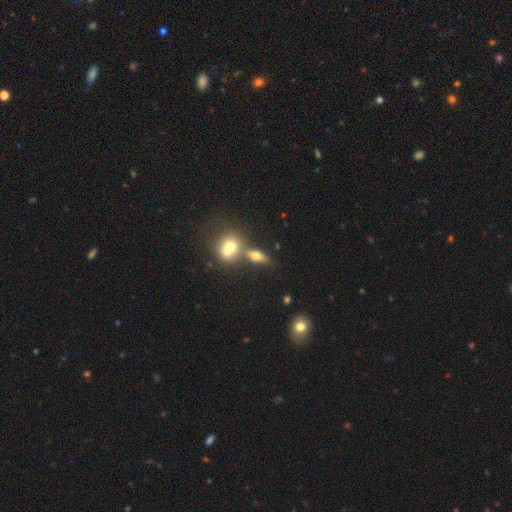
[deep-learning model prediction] Morphology: type=smooth (64%); roundness=in between (66%); merging=none (47%).